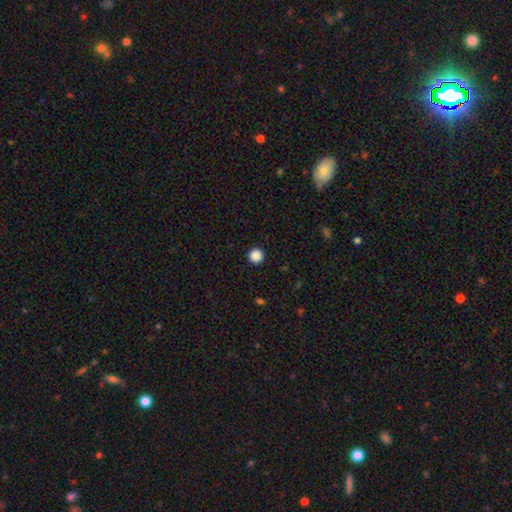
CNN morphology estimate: A smooth galaxy with no disk features (88%) that is round (96%). Merging: none (93%).